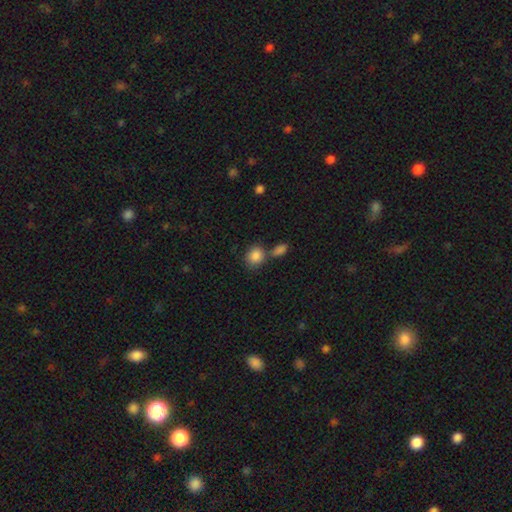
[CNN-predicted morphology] Smooth or featured? smooth (87%)
How rounded? round (66%)
Merging? none (58%)